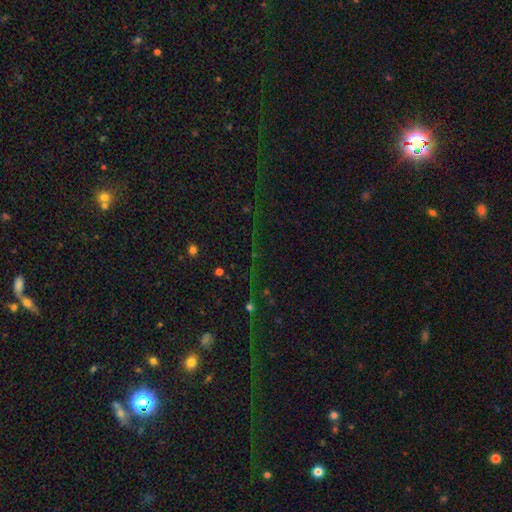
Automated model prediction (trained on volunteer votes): star or artifact 73%, smooth 17%, featured or disk 10%.